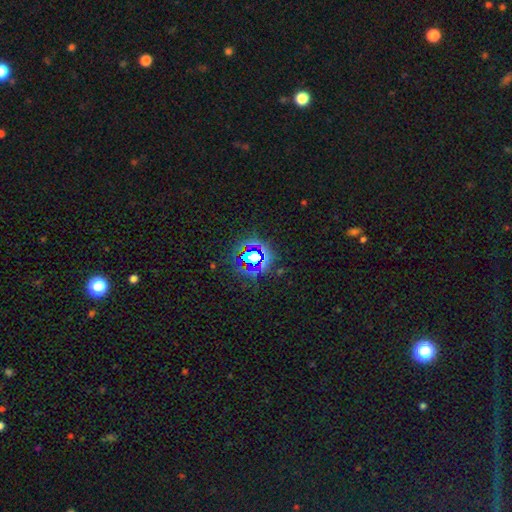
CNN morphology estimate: Smooth or featured? Predicted: star or artifact (p=0.66).